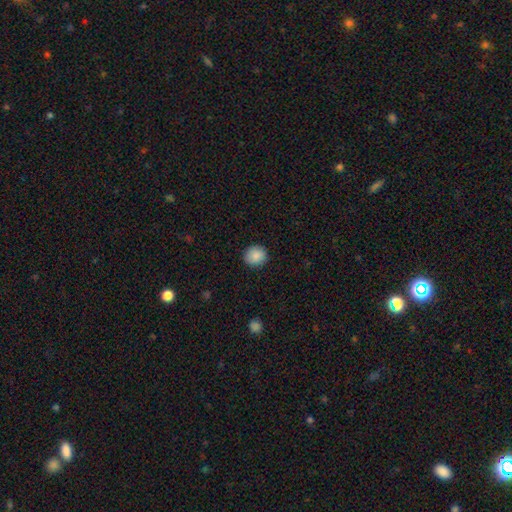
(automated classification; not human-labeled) Smooth or featured?
  - smooth: 88% *
  - star or artifact: 8%
  - featured or disk: 4%
How rounded?
  - round: 87% *
  - in between: 12%
  - cigar-shaped: 1%
Merging?
  - none: 90% *
  - minor disturbance: 7%
  - major disturbance: 2%
  - merger: 1%